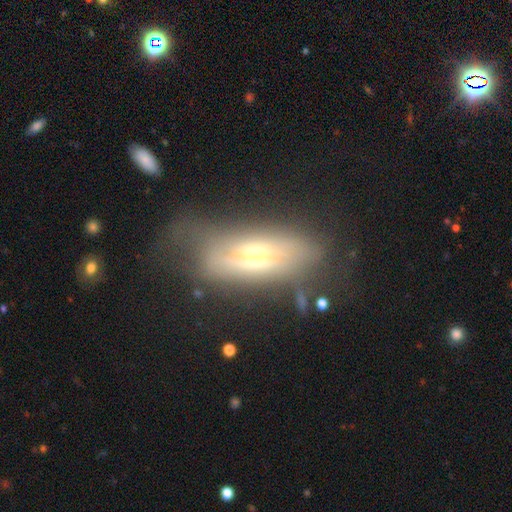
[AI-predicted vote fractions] A featured or disk galaxy (59%) viewed edge-on (59%).

Vote fractions:
- Smooth or featured? featured or disk: 59% / smooth: 32% / star or artifact: 9%
- Edge-on disk? yes: 59% / no: 41%
- Merging? none: 47% / minor disturbance: 27% / major disturbance: 23% / merger: 3%